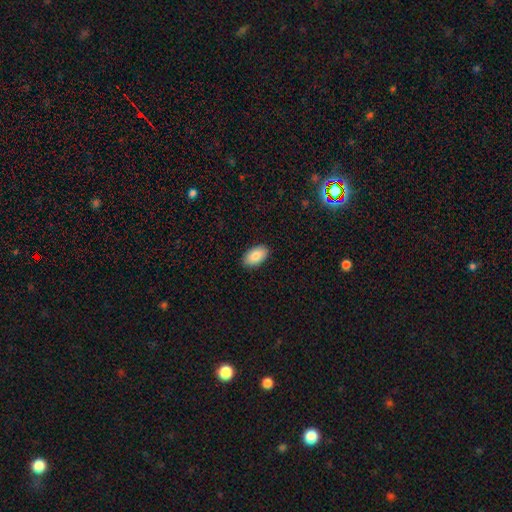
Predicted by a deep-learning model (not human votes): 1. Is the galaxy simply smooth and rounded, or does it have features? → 87% smooth, 7% featured or disk, 6% star or artifact.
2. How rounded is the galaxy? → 95% in between, 3% round, 2% cigar-shaped.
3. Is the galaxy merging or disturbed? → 90% none, 8% minor disturbance, 2% major disturbance, 1% merger.